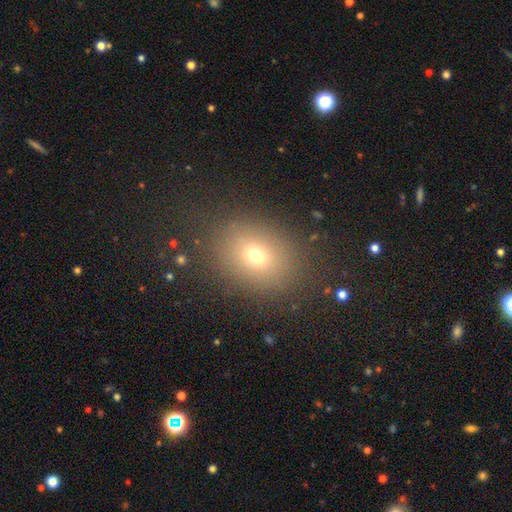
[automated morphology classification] Overall: smooth (67%). How rounded: in between (52%; round 47%). Merging: none (84%).